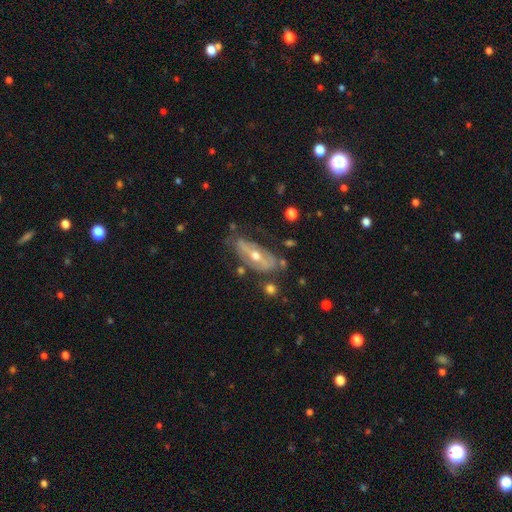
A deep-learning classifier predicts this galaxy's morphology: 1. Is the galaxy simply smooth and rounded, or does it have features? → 70% featured or disk, 24% smooth, 6% star or artifact.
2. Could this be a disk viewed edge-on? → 79% no, 21% yes.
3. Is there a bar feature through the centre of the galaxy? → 44% no, 29% strong, 28% weak.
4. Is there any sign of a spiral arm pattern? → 56% yes, 44% no.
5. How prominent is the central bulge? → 66% moderate, 28% small, 3% large, 1% none, 1% dominant.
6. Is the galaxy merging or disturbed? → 55% none, 26% minor disturbance, 14% major disturbance, 5% merger.